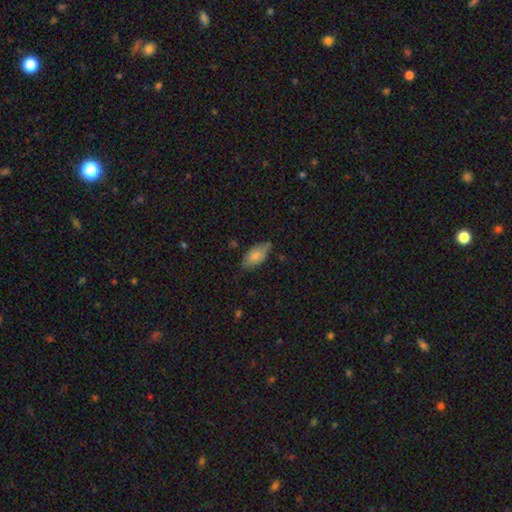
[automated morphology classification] smooth 77%, featured or disk 16%, star or artifact 6%. Down the decision tree: how rounded — in between (89%); merging — none (69%).